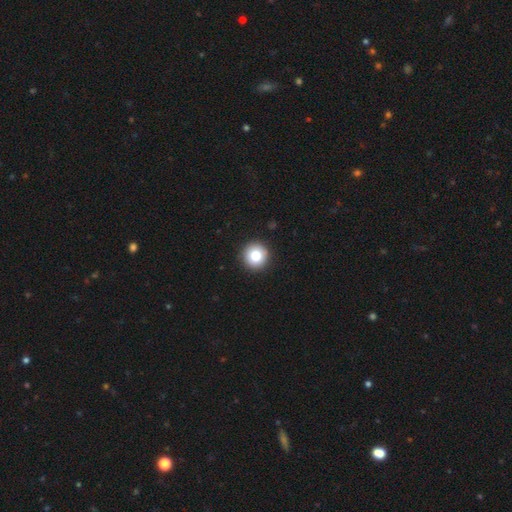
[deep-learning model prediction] A smooth galaxy with no disk features (81%) that is round (96%). Merging: none (93%).